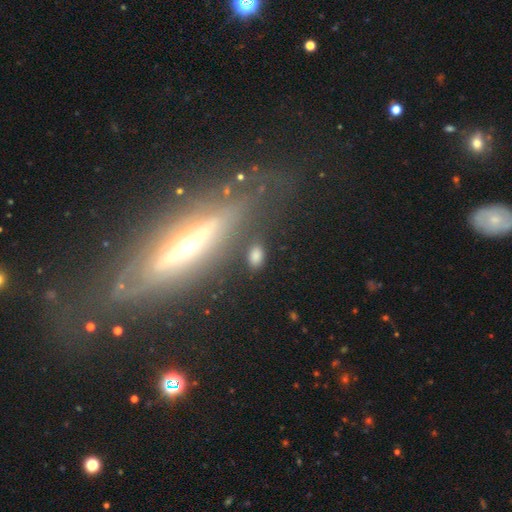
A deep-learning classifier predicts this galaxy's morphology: smooth-or-featured: smooth: 78% | star or artifact: 13% | featured or disk: 10%
  how-rounded: in between: 85% | round: 11% | cigar-shaped: 4%
  merging: none: 80% | minor disturbance: 12% | major disturbance: 4% | merger: 4%